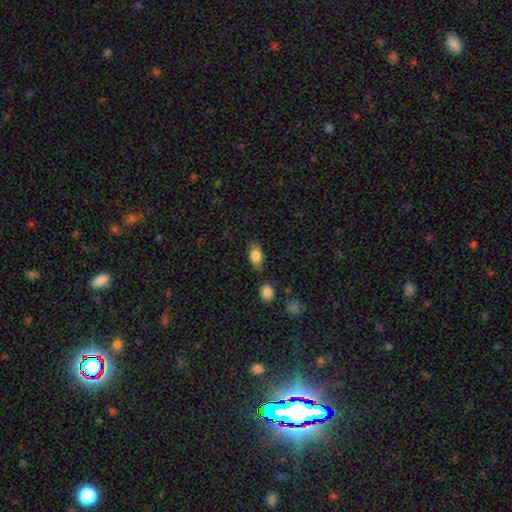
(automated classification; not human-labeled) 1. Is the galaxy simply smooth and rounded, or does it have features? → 82% smooth, 10% featured or disk, 8% star or artifact.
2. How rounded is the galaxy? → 88% in between, 6% round, 6% cigar-shaped.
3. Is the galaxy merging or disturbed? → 76% none, 15% minor disturbance, 5% merger, 4% major disturbance.